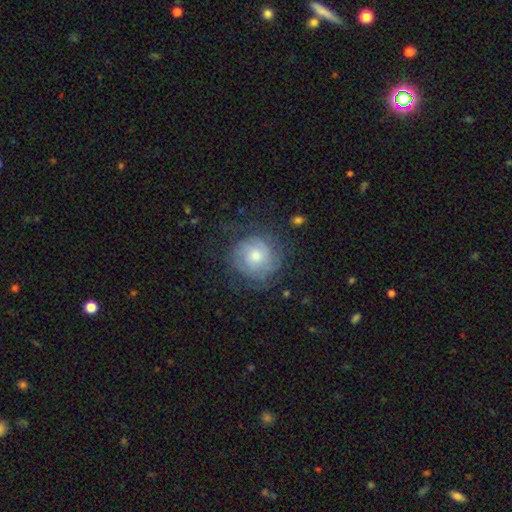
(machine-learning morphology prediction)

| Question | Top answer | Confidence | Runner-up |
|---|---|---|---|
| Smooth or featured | featured or disk | 51% | smooth (40%) |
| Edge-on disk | no | 97% | yes (3%) |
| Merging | none | 68% | minor disturbance (19%) |